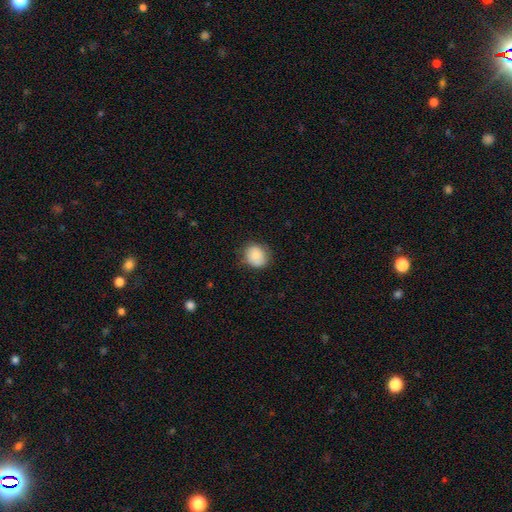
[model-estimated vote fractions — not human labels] Smooth or featured? smooth (85%)
How rounded? round (72%)
Merging? none (76%)